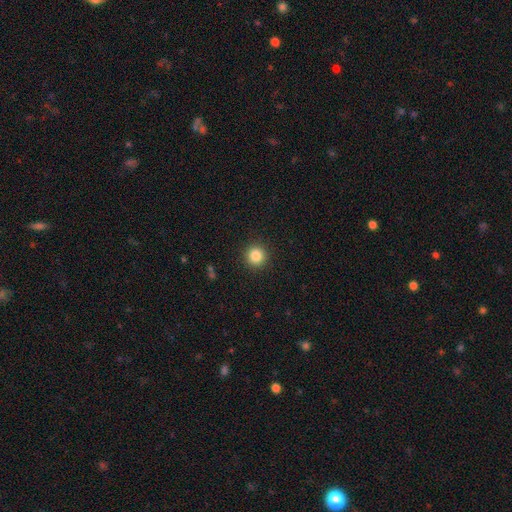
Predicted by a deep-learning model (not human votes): smooth 84%, star or artifact 11%, featured or disk 5%. Down the decision tree: how rounded — round (95%); merging — none (92%).